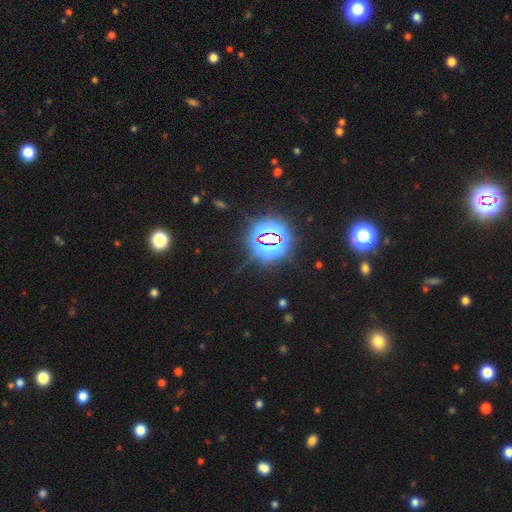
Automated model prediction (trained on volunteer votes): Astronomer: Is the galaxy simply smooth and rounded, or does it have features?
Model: star or artifact — 81%.